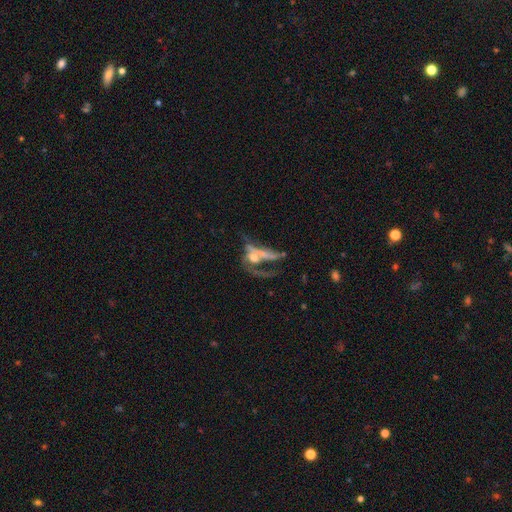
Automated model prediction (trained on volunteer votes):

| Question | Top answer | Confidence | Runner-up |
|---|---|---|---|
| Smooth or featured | featured or disk | 60% | smooth (29%) |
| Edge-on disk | no | 82% | yes (18%) |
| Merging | major disturbance | 38% | merger (33%) |